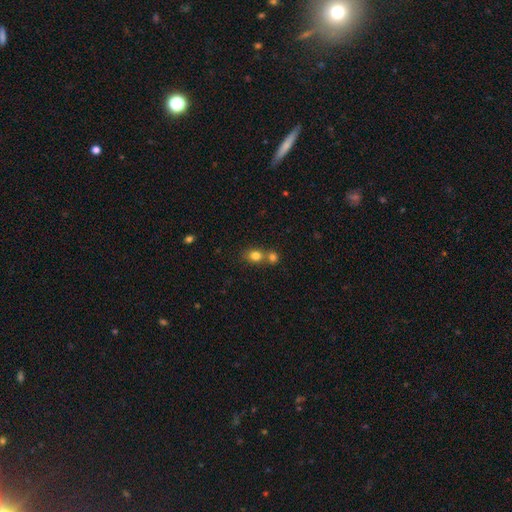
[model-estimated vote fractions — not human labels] smooth-or-featured: smooth: 80% | star or artifact: 12% | featured or disk: 8%
  how-rounded: round: 62% | in between: 37% | cigar-shaped: 1%
  merging: merger: 45% (tied) | none: 45% (tied) | minor disturbance: 7% | major disturbance: 3%